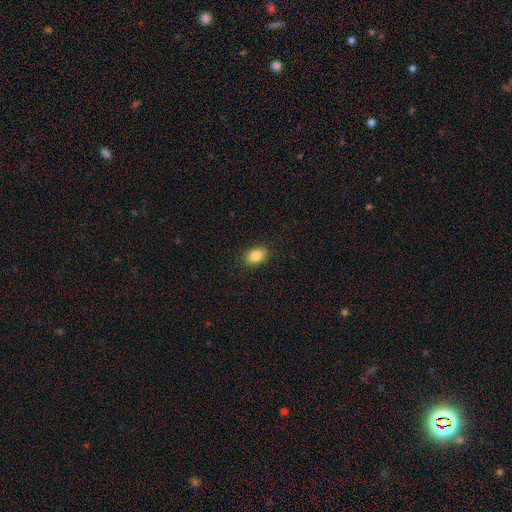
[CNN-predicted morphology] This appears to be a smooth galaxy with no disk features (85%) that is in between round and cigar-shaped (82%). Merging: none (88%).